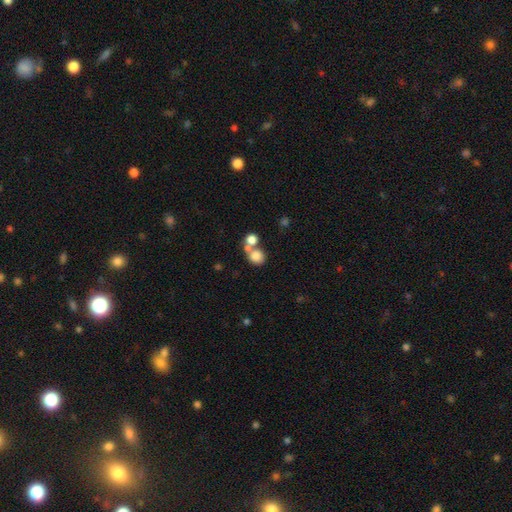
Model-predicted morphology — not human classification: This is likely a smooth galaxy (77%). How rounded: likely round (78%). Merging: possibly merger (45%).